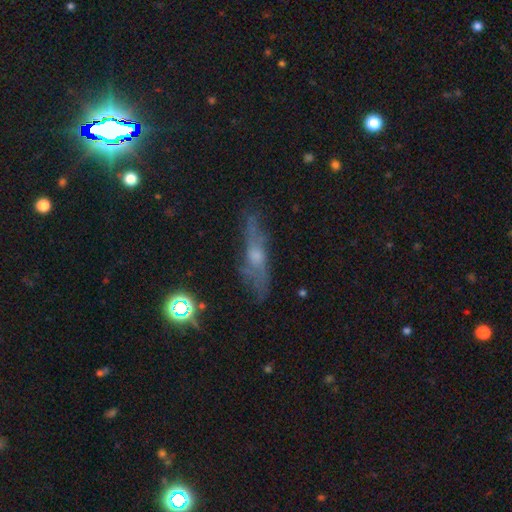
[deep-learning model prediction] A featured or disk galaxy (58%) viewed edge-on (57%). Merging: none (68%).